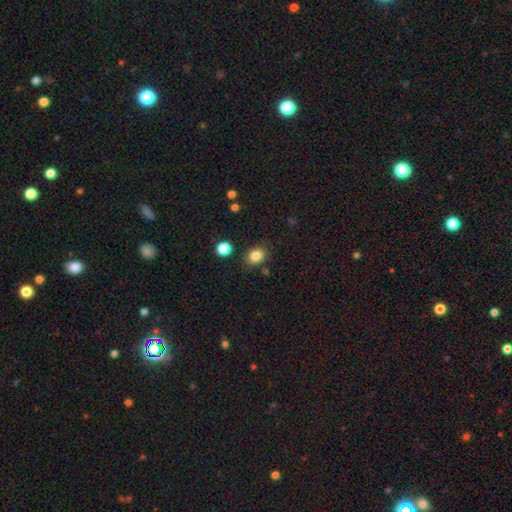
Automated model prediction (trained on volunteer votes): Smooth or featured? smooth (84%)
How rounded? round (50%)
Merging? none (81%)